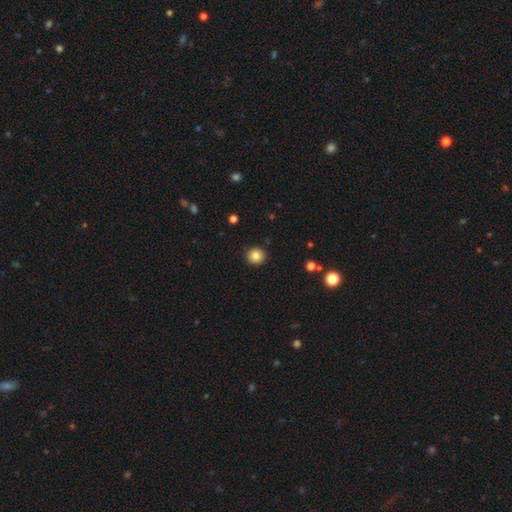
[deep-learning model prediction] smooth-or-featured: smooth: 83% | star or artifact: 10% | featured or disk: 7%
  how-rounded: round: 89% | in between: 10% | cigar-shaped: 1%
  merging: none: 92% | minor disturbance: 6% | major disturbance: 2% | merger: 1%